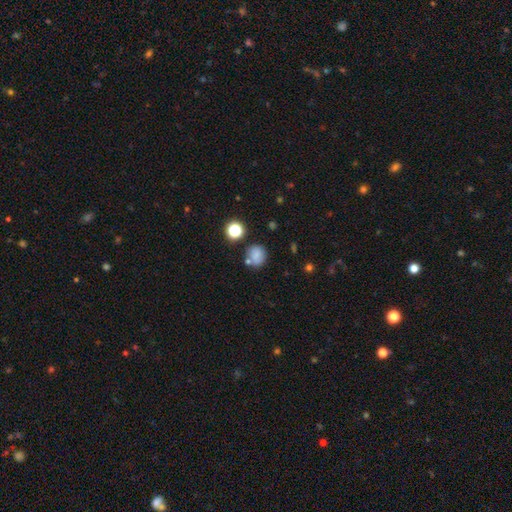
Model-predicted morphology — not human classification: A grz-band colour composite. It shows a smooth galaxy with no disk features (75%) that is round (72%). Merging: none (65%).